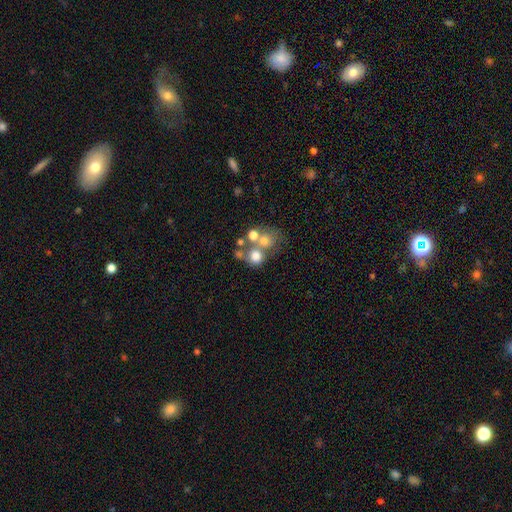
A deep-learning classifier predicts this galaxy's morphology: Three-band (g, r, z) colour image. It shows a smooth galaxy with no disk features (64%) that is round (78%). Merging: merger (50%).